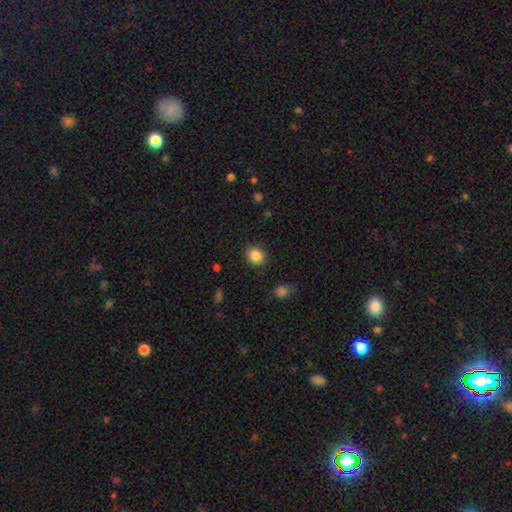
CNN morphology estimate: Smooth or featured? smooth (86%)
How rounded? round (72%)
Merging? none (88%)